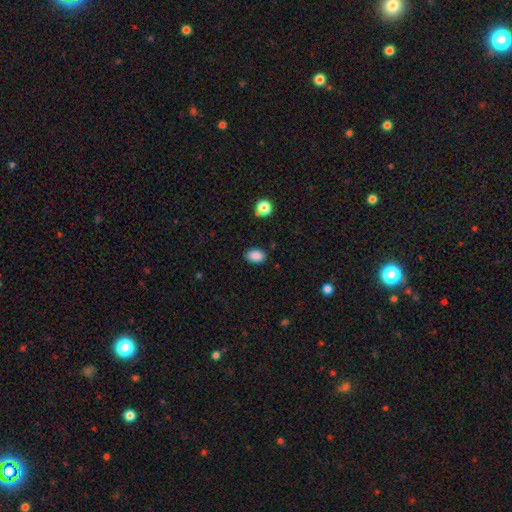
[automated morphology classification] Smooth or featured: smooth — 88% (star or artifact — 9%)
How rounded: in between — 83% (round — 15%)
Merging: none — 86% (minor disturbance — 10%)